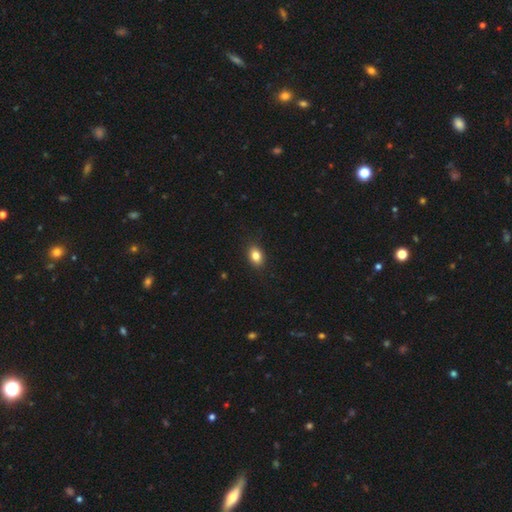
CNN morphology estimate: smooth 84%, star or artifact 9%, featured or disk 7%. Down the decision tree: how rounded — in between (78%); merging — none (88%).